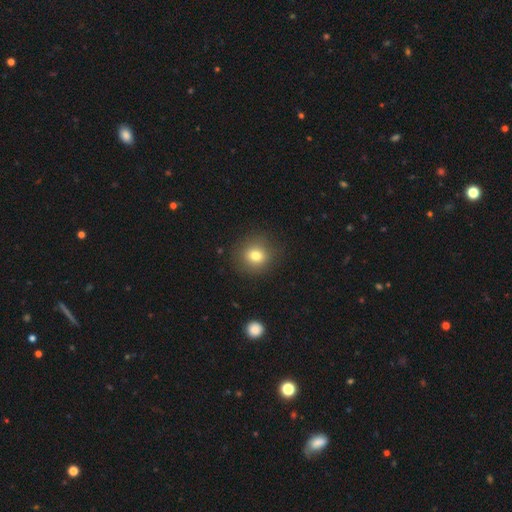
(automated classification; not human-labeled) Smooth or featured: smooth — 78% (star or artifact — 12%)
How rounded: round — 82% (in between — 17%)
Merging: none — 86% (minor disturbance — 9%)